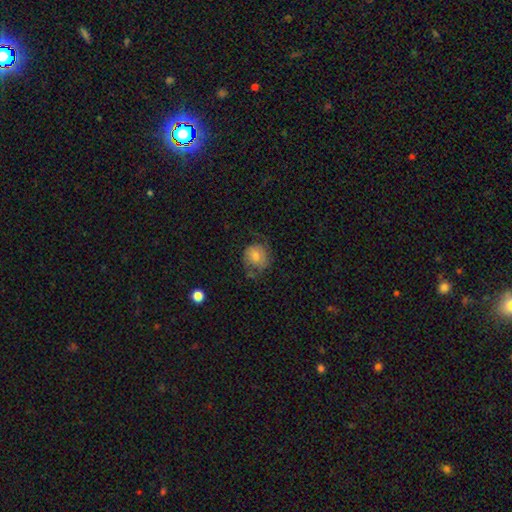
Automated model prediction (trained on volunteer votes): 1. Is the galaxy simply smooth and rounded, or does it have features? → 53% smooth, 39% featured or disk, 9% star or artifact.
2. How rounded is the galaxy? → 79% round, 20% in between, 1% cigar-shaped.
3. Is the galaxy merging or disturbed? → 58% none, 24% minor disturbance, 16% major disturbance, 2% merger.